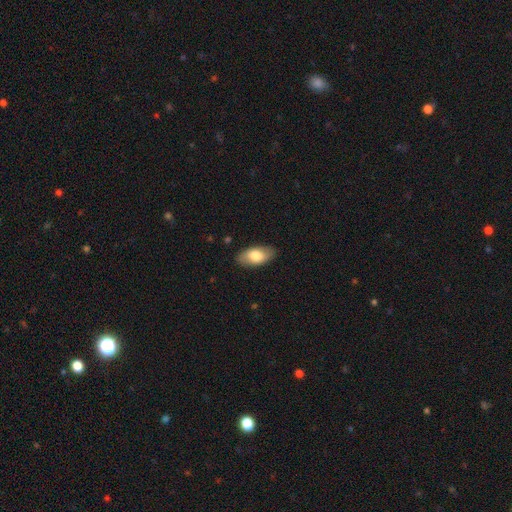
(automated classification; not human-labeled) Morphology: type=smooth (75%); roundness=in between (93%); merging=none (87%).